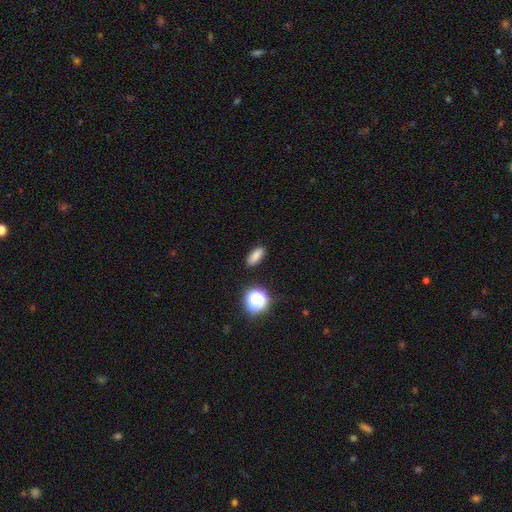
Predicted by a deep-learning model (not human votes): smooth-or-featured: smooth: 80% | star or artifact: 14% | featured or disk: 6%
  how-rounded: in between: 74% | cigar-shaped: 17% | round: 9%
  merging: none: 88% | minor disturbance: 8% | major disturbance: 2% | merger: 2%